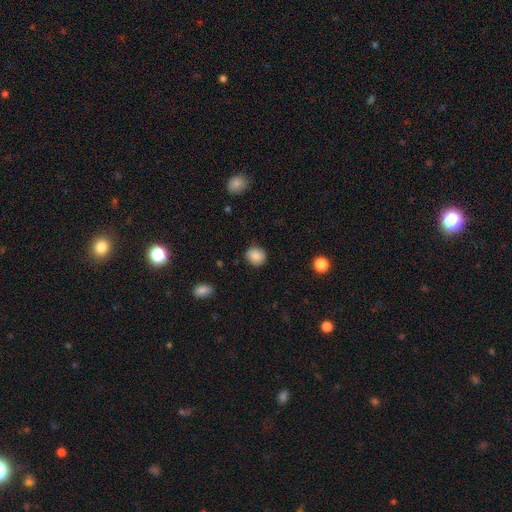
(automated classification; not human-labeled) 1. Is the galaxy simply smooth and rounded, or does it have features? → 87% smooth, 8% star or artifact, 5% featured or disk.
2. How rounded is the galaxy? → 77% round, 22% in between, 1% cigar-shaped.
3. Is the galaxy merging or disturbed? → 85% none, 11% minor disturbance, 3% major disturbance, 1% merger.